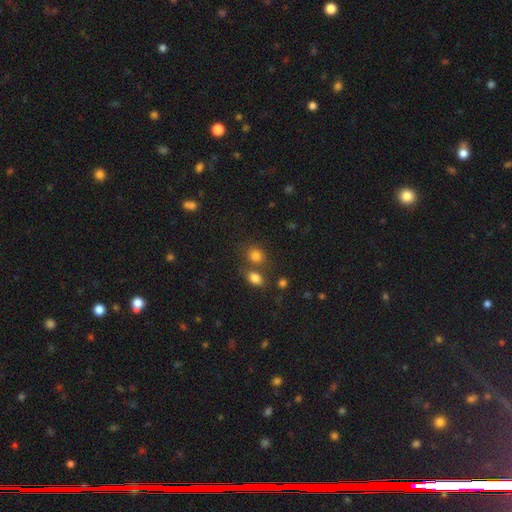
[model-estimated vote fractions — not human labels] smooth-or-featured: smooth: 81% | star or artifact: 13% | featured or disk: 7%
  how-rounded: round: 61% | in between: 38% | cigar-shaped: 1%
  merging: none: 56% | merger: 30% | minor disturbance: 10% | major disturbance: 4%